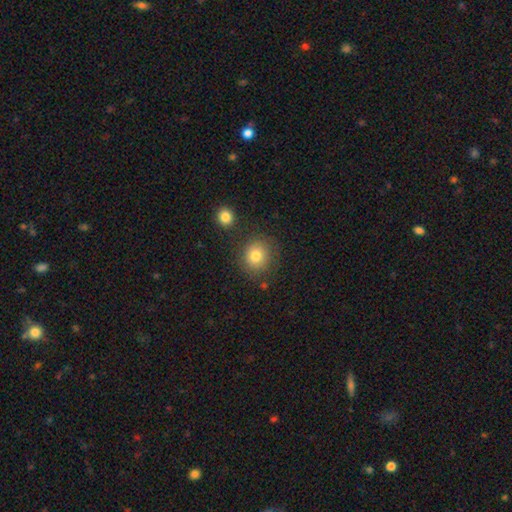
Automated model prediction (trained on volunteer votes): This appears to be a smooth galaxy with no disk features (81%) that is round (85%). Merging: none (83%).